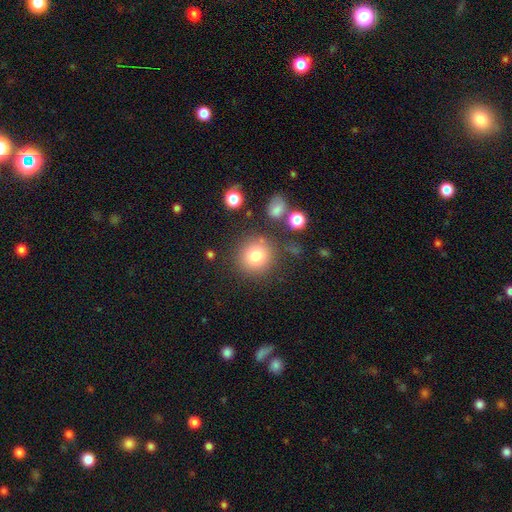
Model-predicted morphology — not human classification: A smooth galaxy with no disk features (79%) that is round (92%). Merging: none (81%).